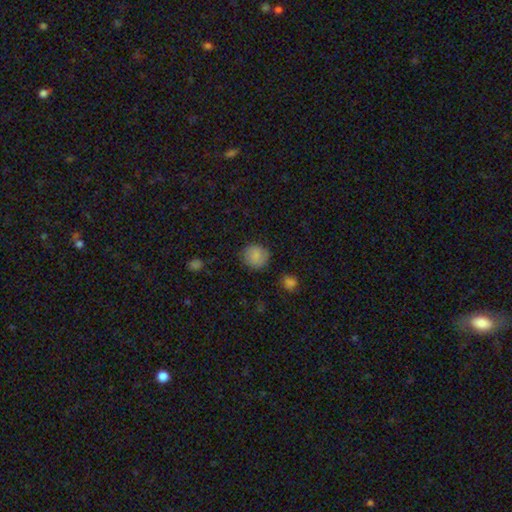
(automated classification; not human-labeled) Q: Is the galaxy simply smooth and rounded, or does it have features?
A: smooth — 85%.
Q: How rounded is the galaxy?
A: round — 89%.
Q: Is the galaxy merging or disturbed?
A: none — 85%.